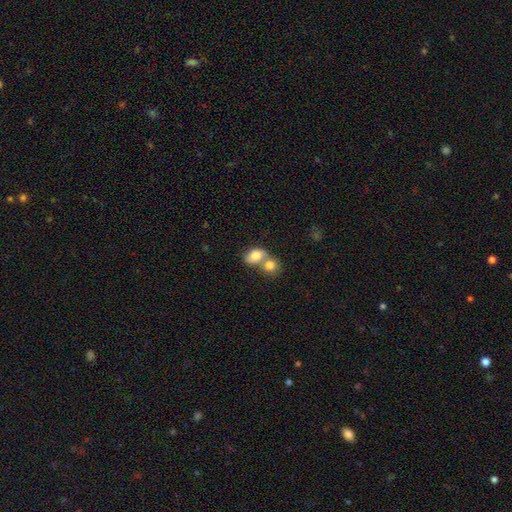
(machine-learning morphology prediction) smooth 81%, featured or disk 12%, star or artifact 7%. Down the decision tree: how rounded — in between (71%); merging — merger (66%).